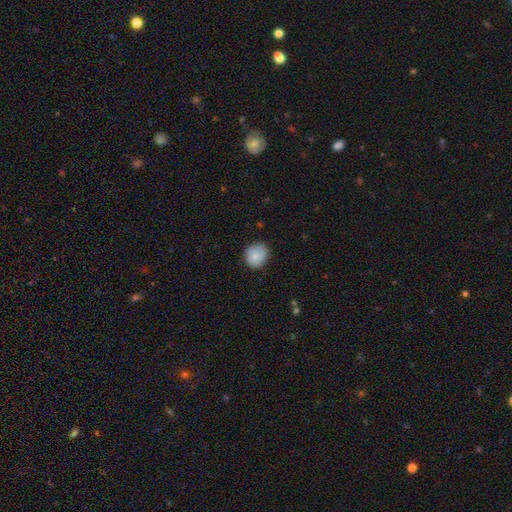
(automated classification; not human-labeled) Smooth or featured? Predicted: smooth (p=0.86). How rounded? Predicted: round (p=0.70). Merging? Predicted: none (p=0.79).